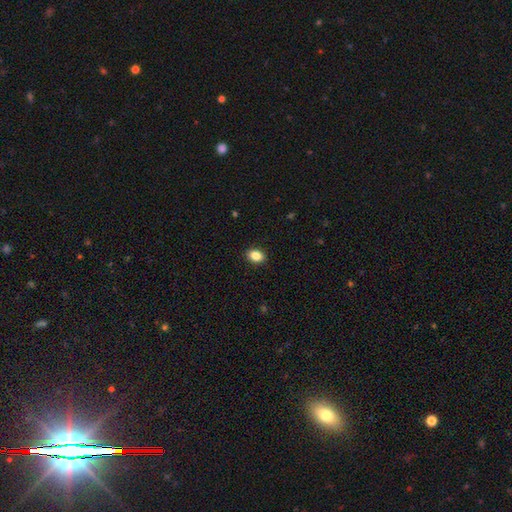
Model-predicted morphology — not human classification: Smooth or featured?
  - smooth: 86% *
  - star or artifact: 9%
  - featured or disk: 5%
How rounded?
  - in between: 72% *
  - round: 27%
  - cigar-shaped: 1%
Merging?
  - none: 90% *
  - minor disturbance: 7%
  - major disturbance: 2%
  - merger: 1%